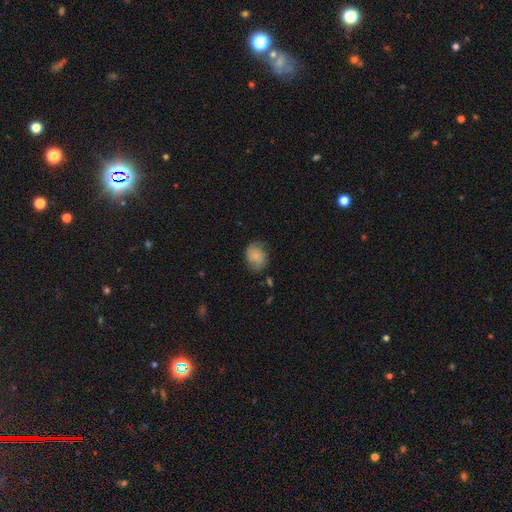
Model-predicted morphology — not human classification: This appears to be a smooth galaxy with no disk features (74%) that is in between round and cigar-shaped (50%). Merging: none (67%).